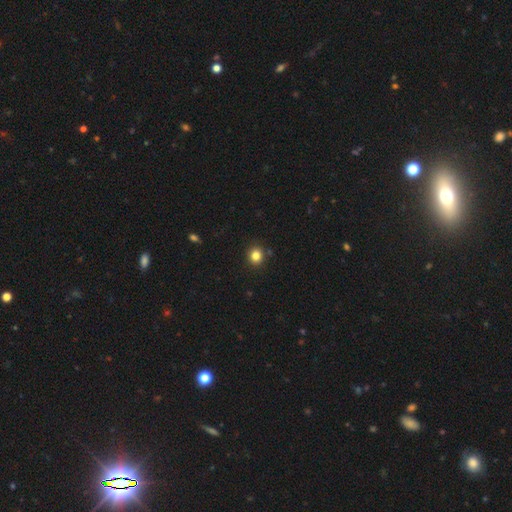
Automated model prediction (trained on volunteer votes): Morphology: type=smooth (83%); roundness=round (85%); merging=none (90%).